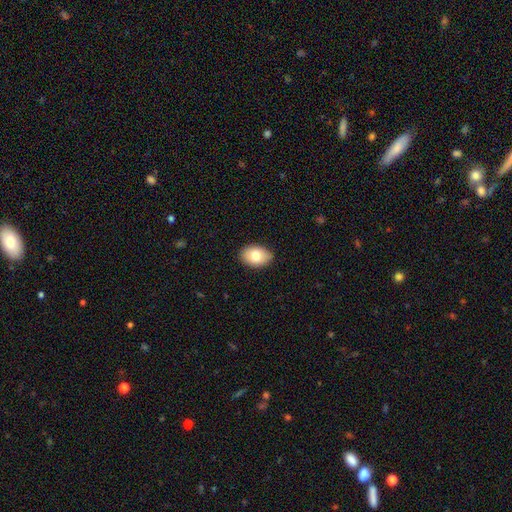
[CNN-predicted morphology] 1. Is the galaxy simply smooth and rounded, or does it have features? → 77% smooth, 15% featured or disk, 7% star or artifact.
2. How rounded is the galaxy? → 87% in between, 12% round, 1% cigar-shaped.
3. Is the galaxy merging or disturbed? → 85% none, 12% minor disturbance, 2% major disturbance, 1% merger.